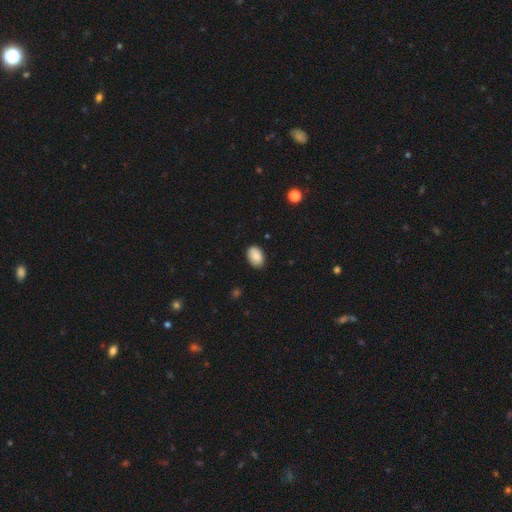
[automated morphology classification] smooth 88%, star or artifact 7%, featured or disk 5%. Down the decision tree: how rounded — in between (86%); merging — none (85%).